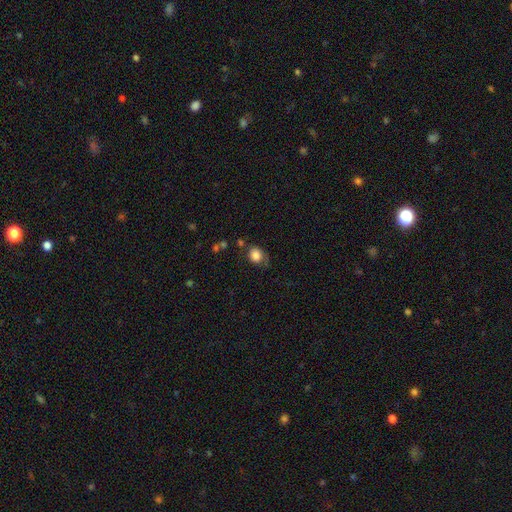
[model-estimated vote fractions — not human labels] Smooth or featured? smooth (83%)
How rounded? round (65%)
Merging? none (62%)